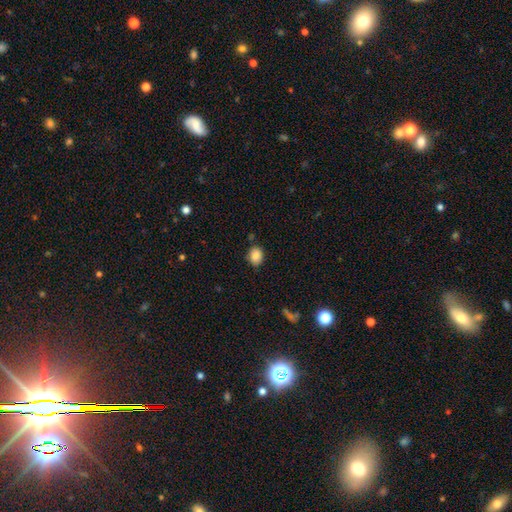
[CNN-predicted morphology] Overall: smooth (86%). How rounded: in between (60%; round 39%). Merging: none (80%).